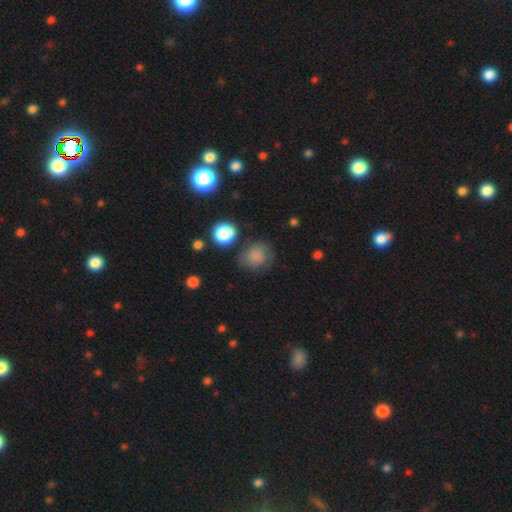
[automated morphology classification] Overall: smooth (79%). How rounded: round (73%). Merging: none (66%).